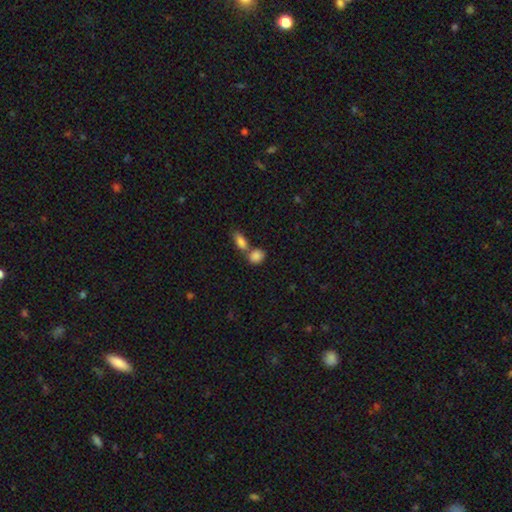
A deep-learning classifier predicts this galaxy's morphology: A smooth galaxy with no disk features (86%) that is in between round and cigar-shaped (61%). Merging: merger (48%).